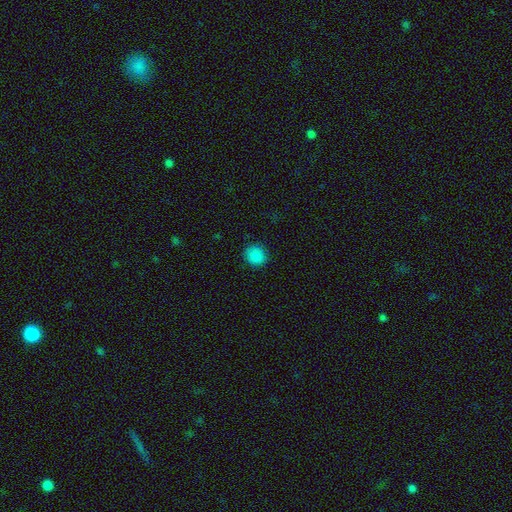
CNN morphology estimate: Smooth or featured: smooth — 87% (star or artifact — 10%)
How rounded: round — 87% (in between — 12%)
Merging: none — 89% (minor disturbance — 8%)